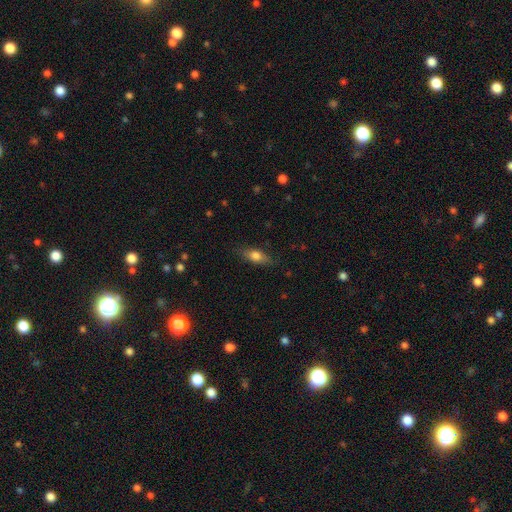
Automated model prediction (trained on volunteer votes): Q: Smooth or featured?
A: smooth (69%); runner-up: featured or disk (23%)
Q: How rounded?
A: in between (73%); runner-up: cigar-shaped (22%)
Q: Merging?
A: none (79%); runner-up: minor disturbance (16%)